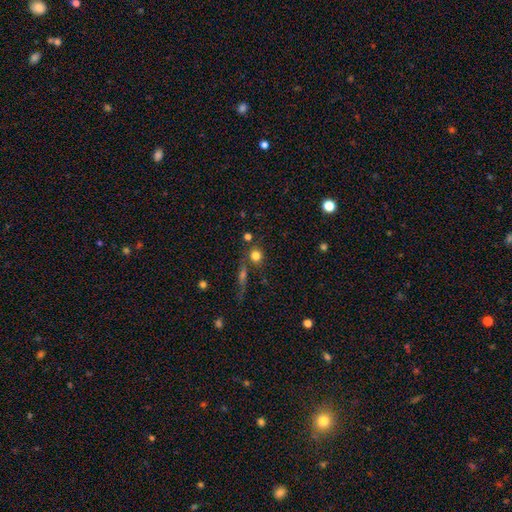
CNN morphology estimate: A smooth galaxy with no disk features (77%) that is round (88%).

Vote fractions:
- Smooth or featured? smooth: 77% / star or artifact: 14% / featured or disk: 8%
- How rounded? round: 88% / in between: 10% / cigar-shaped: 2%
- Merging? none: 70% / merger: 16% / minor disturbance: 9% / major disturbance: 5%